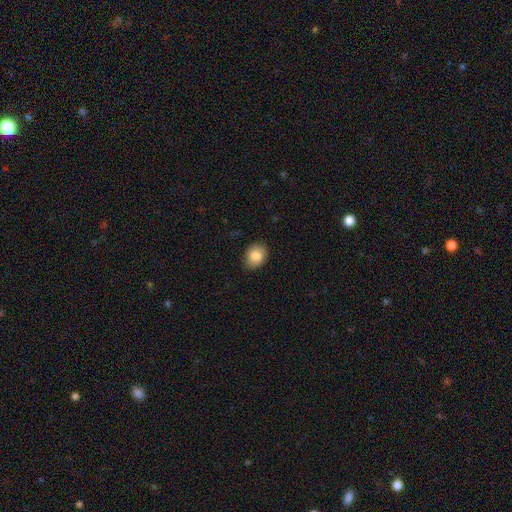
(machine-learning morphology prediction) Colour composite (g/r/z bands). It shows a smooth galaxy with no disk features (85%) that is in between round and cigar-shaped (56%). Merging: none (83%).